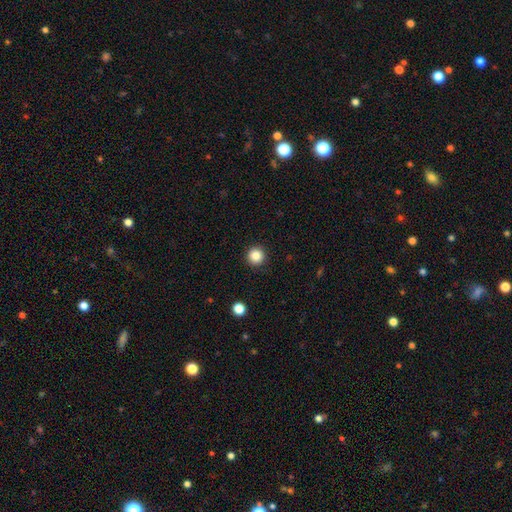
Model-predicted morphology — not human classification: Overall: smooth (85%). How rounded: round (96%). Merging: none (92%).